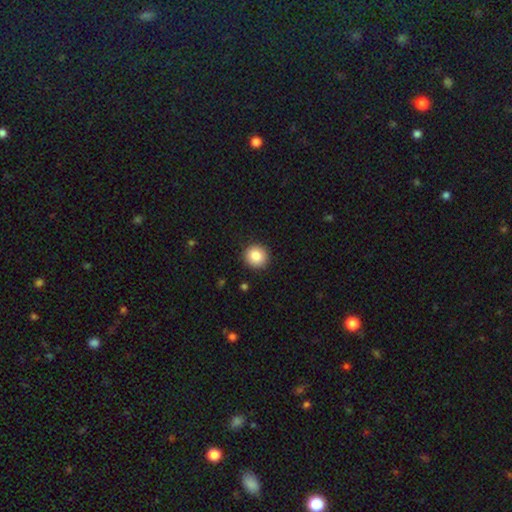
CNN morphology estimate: smooth_or_featured: smooth (p=0.86) [alt: star or artifact p=0.09]
how_rounded: round (p=0.93) [alt: in between p=0.06]
merging: none (p=0.91) [alt: minor disturbance p=0.06]